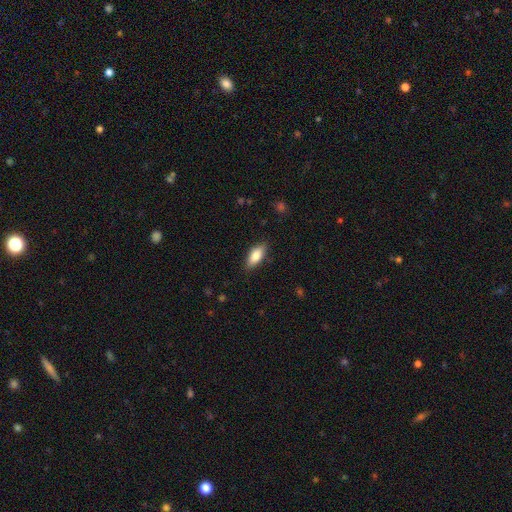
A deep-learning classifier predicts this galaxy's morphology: This appears to be a smooth galaxy with no disk features (85%) that is in between round and cigar-shaped (84%). Merging: none (85%).